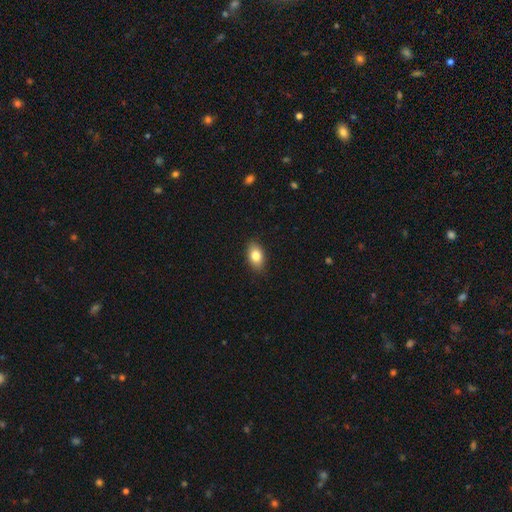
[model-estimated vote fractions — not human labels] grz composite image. It shows a smooth galaxy with no disk features (82%) that is in between round and cigar-shaped (88%). Merging: none (87%).